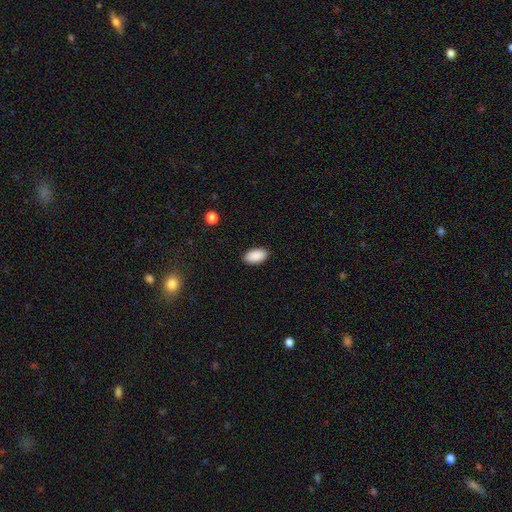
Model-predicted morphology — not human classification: A smooth galaxy with no disk features (91%) that is in between round and cigar-shaped (95%).

Vote fractions:
- Smooth or featured? smooth: 91% / star or artifact: 7% / featured or disk: 3%
- How rounded? in between: 95% / round: 3% / cigar-shaped: 2%
- Merging? none: 89% / minor disturbance: 8% / major disturbance: 2% / merger: 1%